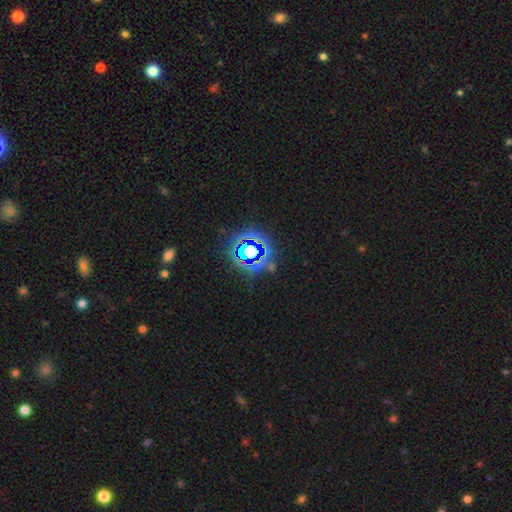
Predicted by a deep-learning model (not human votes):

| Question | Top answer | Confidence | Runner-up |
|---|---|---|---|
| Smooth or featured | star or artifact | 80% | smooth (14%) |